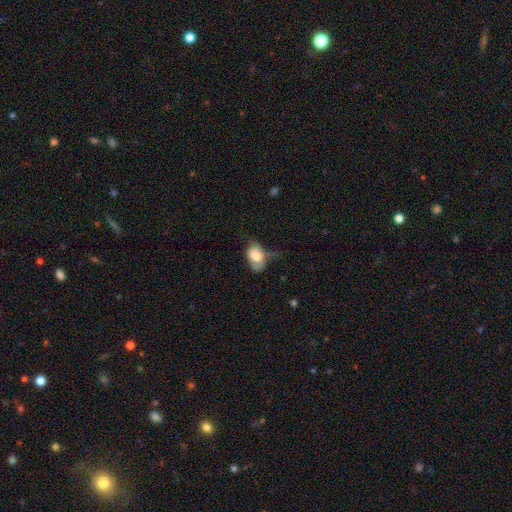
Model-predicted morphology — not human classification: A smooth galaxy with no disk features (74%) that is in between round and cigar-shaped (85%). Merging: minor disturbance (37%).